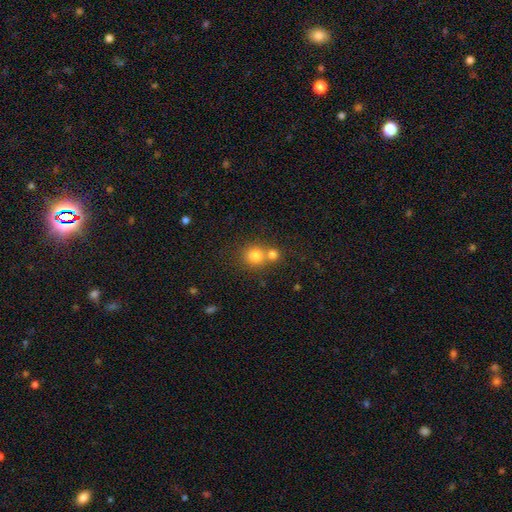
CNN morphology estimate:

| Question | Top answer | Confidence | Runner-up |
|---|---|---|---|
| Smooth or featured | smooth | 80% | star or artifact (12%) |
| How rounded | round | 85% | in between (14%) |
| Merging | none | 47% | merger (43%) |